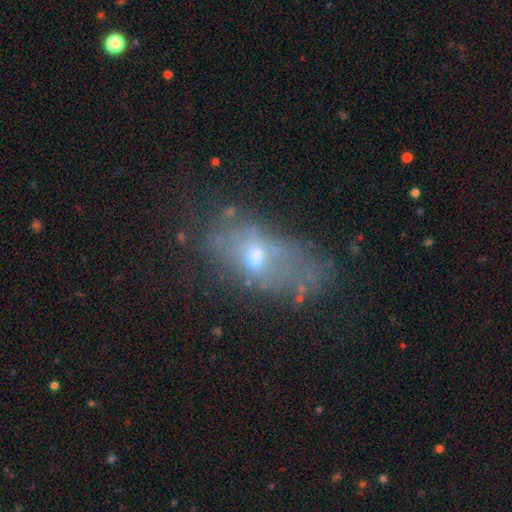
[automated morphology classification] A featured or disk galaxy (44%). Merging: none (45%).